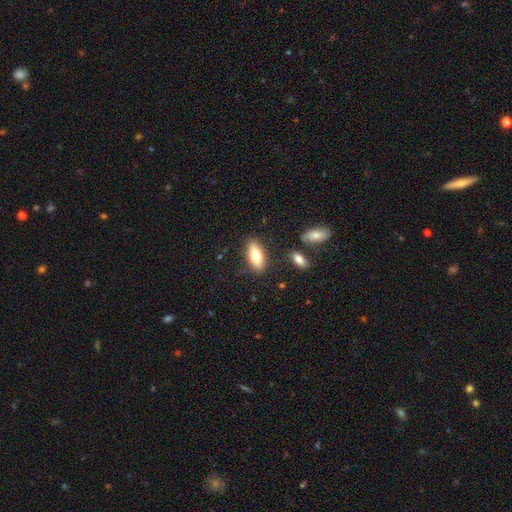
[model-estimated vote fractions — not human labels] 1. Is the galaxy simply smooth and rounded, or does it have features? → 72% smooth, 21% featured or disk, 7% star or artifact.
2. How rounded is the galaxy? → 83% in between, 14% cigar-shaped, 3% round.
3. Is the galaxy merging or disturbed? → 83% none, 11% minor disturbance, 3% merger, 3% major disturbance.